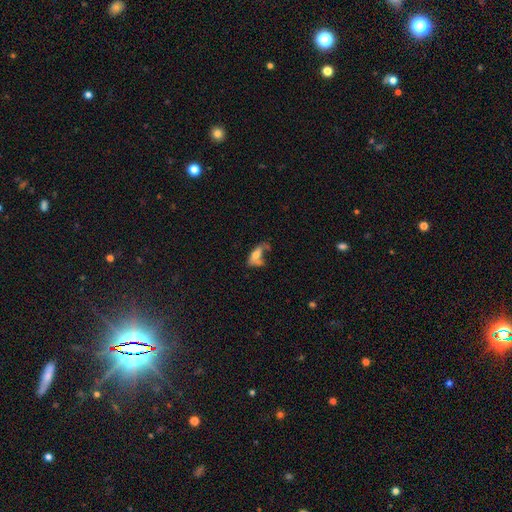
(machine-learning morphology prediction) Smooth or featured: smooth — 57% (featured or disk — 33%)
How rounded: in between — 75% (cigar-shaped — 20%)
Merging: major disturbance — 33% (none — 27%)